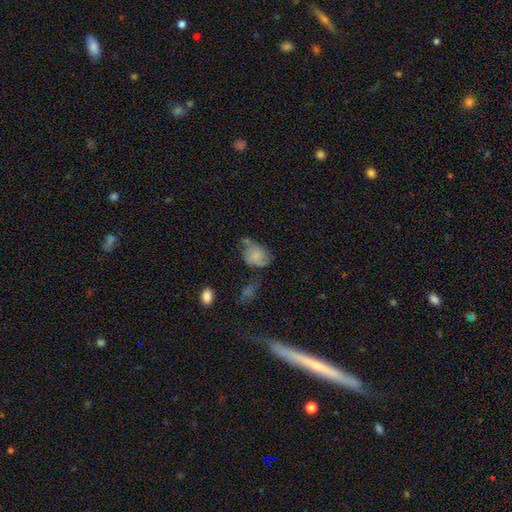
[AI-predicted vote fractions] This appears to be a smooth galaxy with no disk features (66%) that is in between round and cigar-shaped (67%). Merging: none (38%).